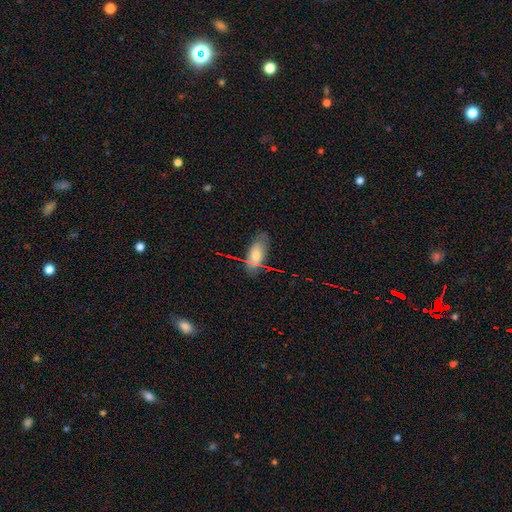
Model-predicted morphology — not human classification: smooth_or_featured: smooth (p=0.64) [alt: featured or disk p=0.25]
how_rounded: in between (p=0.87) [alt: cigar-shaped p=0.09]
merging: none (p=0.64) [alt: minor disturbance p=0.25]